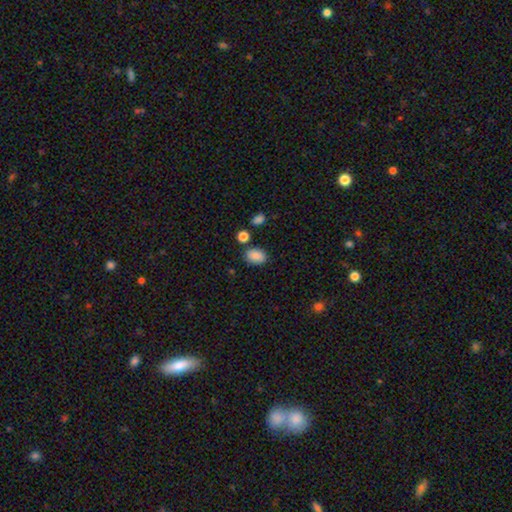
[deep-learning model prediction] Smooth or featured?
  - smooth: 86% *
  - star or artifact: 9%
  - featured or disk: 5%
How rounded?
  - in between: 78% *
  - round: 21%
  - cigar-shaped: 1%
Merging?
  - none: 77% *
  - minor disturbance: 13%
  - merger: 6%
  - major disturbance: 3%